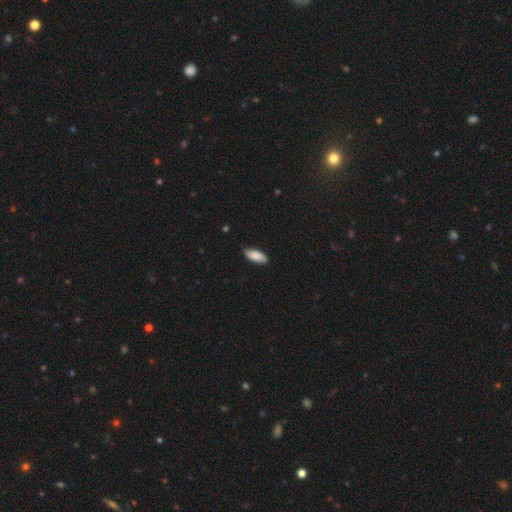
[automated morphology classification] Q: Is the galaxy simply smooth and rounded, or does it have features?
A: smooth — 86%.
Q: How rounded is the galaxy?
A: in between — 81%.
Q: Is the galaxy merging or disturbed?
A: none — 82%.